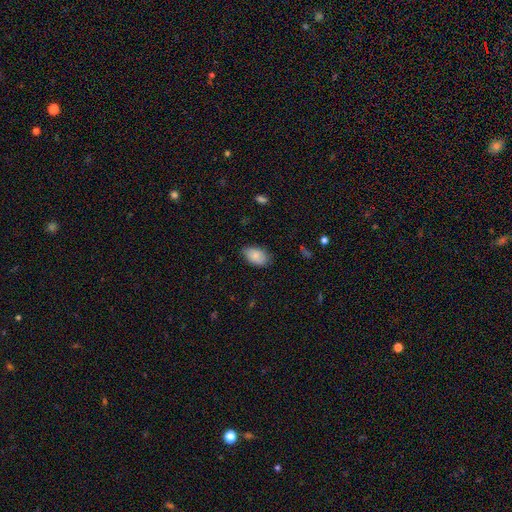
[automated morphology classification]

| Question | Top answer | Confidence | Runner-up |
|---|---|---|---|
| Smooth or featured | smooth | 84% | featured or disk (9%) |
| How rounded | in between | 92% | round (6%) |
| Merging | none | 76% | minor disturbance (19%) |